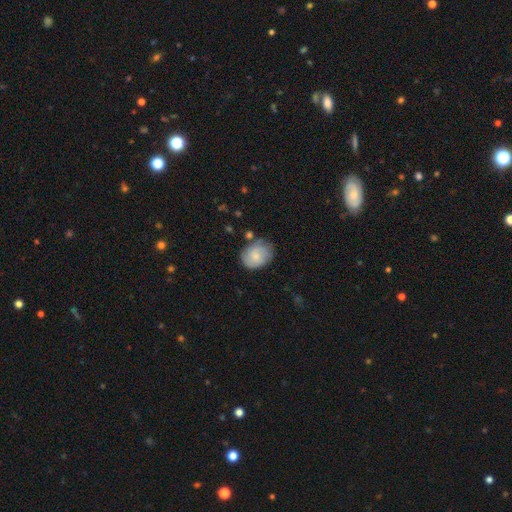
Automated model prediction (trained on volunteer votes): Smooth or featured? smooth (70%)
How rounded? in between (51%)
Merging? none (65%)